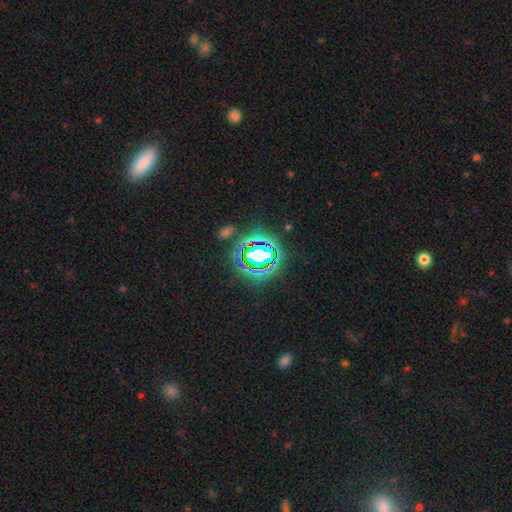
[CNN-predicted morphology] star or artifact 73%, smooth 15%, featured or disk 12%.